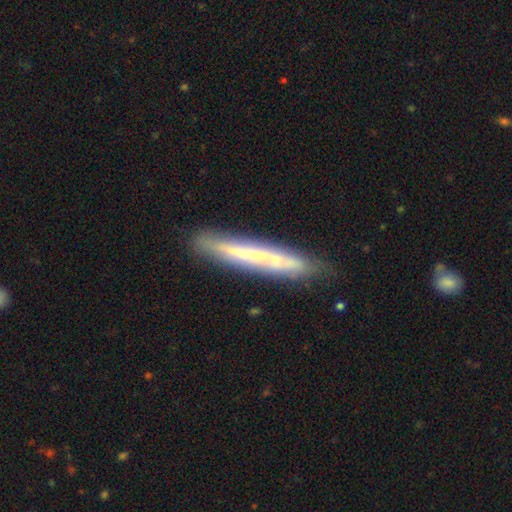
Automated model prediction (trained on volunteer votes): The model was most divided on "smooth or featured": featured or disk: 54%, smooth: 39%, star or artifact: 7%. More confident: edge-on disk — yes (84%); merging — none (80%).